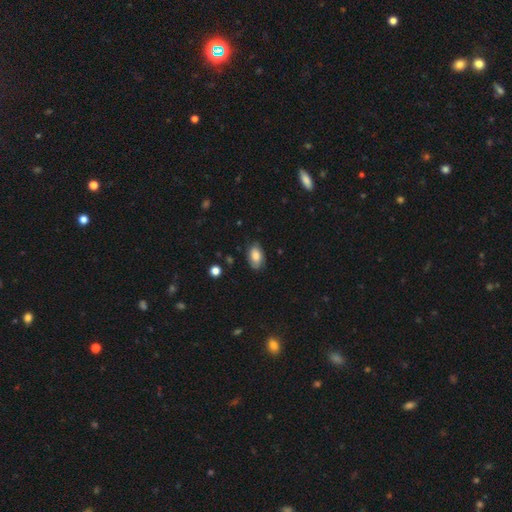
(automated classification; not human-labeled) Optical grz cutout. It shows a smooth galaxy with no disk features (75%) that is in between round and cigar-shaped (92%). Merging: none (75%).